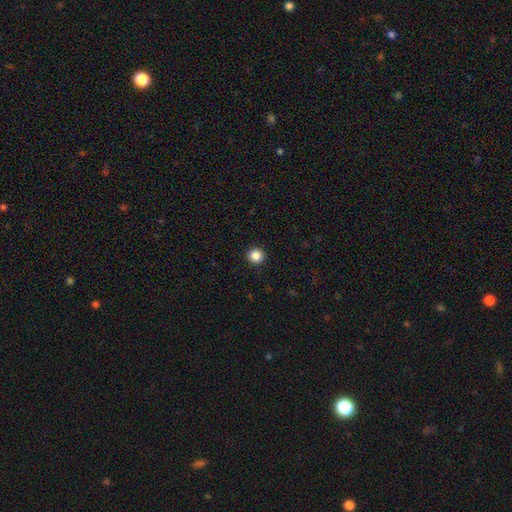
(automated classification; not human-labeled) The model was most divided on "smooth or featured": smooth: 86%, star or artifact: 10%, featured or disk: 3%. More confident: how rounded — round (94%); merging — none (93%).